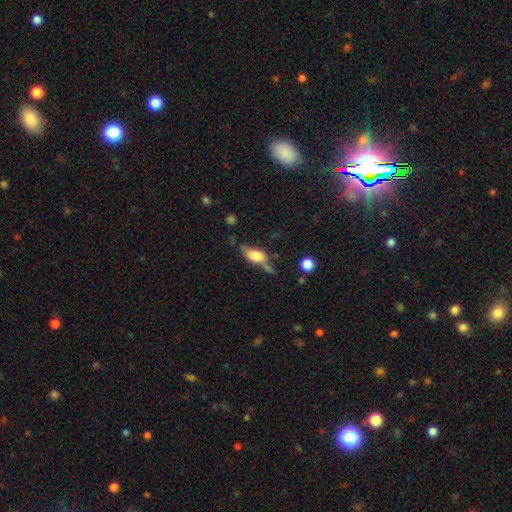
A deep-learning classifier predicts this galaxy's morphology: The model was most divided on "merging": none: 45%, minor disturbance: 27%, major disturbance: 16%, merger: 12%. More confident: how rounded — in between (81%); smooth or featured — smooth (58%).